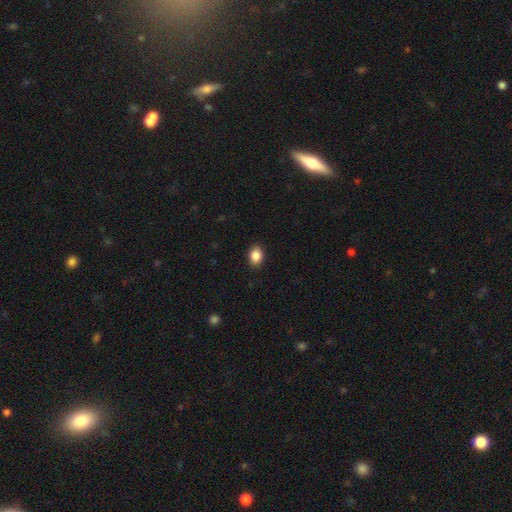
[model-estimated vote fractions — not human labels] Q: Smooth or featured?
A: smooth (87%); runner-up: star or artifact (9%)
Q: How rounded?
A: in between (63%); runner-up: round (36%)
Q: Merging?
A: none (89%); runner-up: minor disturbance (8%)